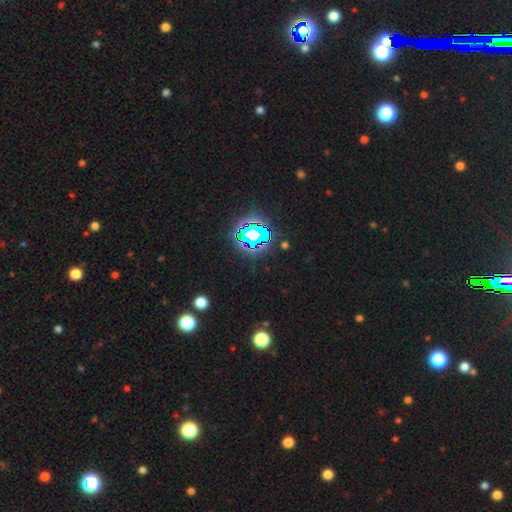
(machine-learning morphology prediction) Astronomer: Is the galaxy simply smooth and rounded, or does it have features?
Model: star or artifact — 82%.